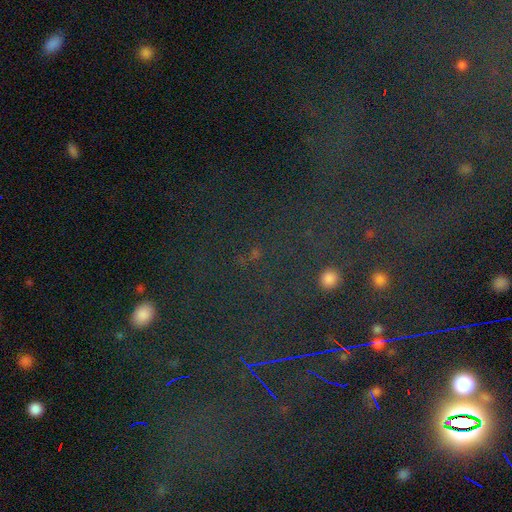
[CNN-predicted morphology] Smooth or featured?
  - star or artifact: 72% *
  - smooth: 18%
  - featured or disk: 9%